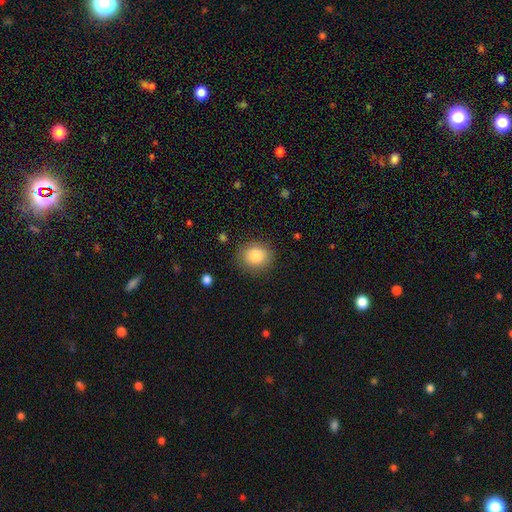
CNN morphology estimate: A smooth galaxy with no disk features (82%) that is round (78%).

Vote fractions:
- Smooth or featured? smooth: 82% / featured or disk: 9% / star or artifact: 9%
- How rounded? round: 78% / in between: 21% / cigar-shaped: 1%
- Merging? none: 86% / minor disturbance: 10% / major disturbance: 3% / merger: 1%